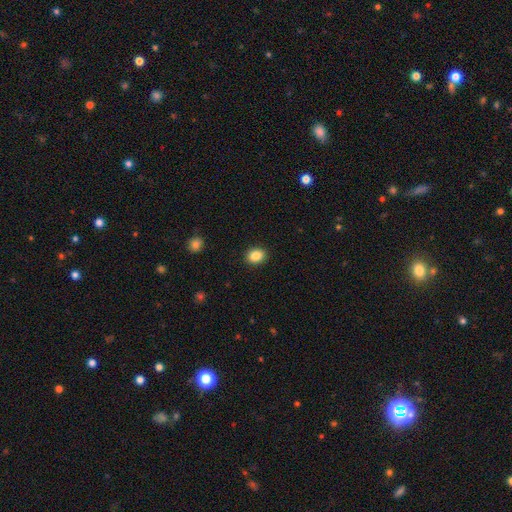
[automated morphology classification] Smooth or featured? smooth (87%)
How rounded? in between (54%)
Merging? none (91%)